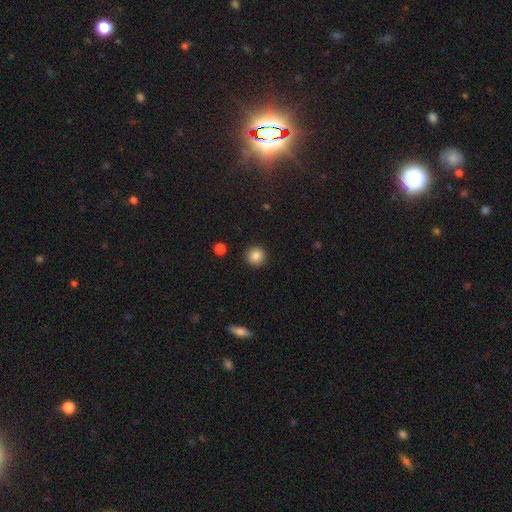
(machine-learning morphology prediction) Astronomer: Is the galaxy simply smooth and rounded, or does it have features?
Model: smooth — 86%.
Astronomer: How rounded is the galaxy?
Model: round — 95%.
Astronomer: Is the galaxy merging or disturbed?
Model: none — 92%.